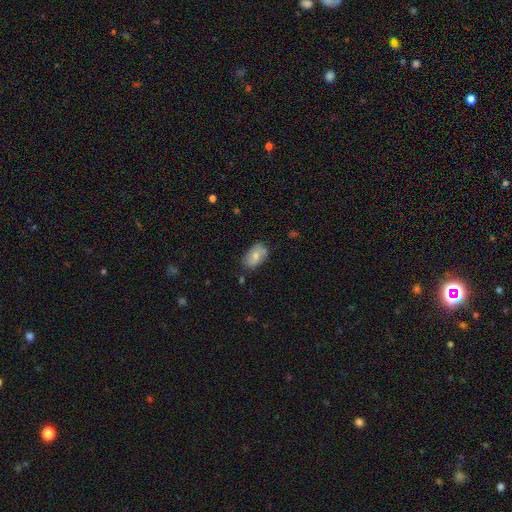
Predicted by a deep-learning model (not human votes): A smooth galaxy with no disk features (71%) that is in between round and cigar-shaped (90%).

Vote fractions:
- Smooth or featured? smooth: 71% / featured or disk: 22% / star or artifact: 7%
- How rounded? in between: 90% / round: 8% / cigar-shaped: 1%
- Merging? none: 70% / minor disturbance: 24% / major disturbance: 4% / merger: 2%